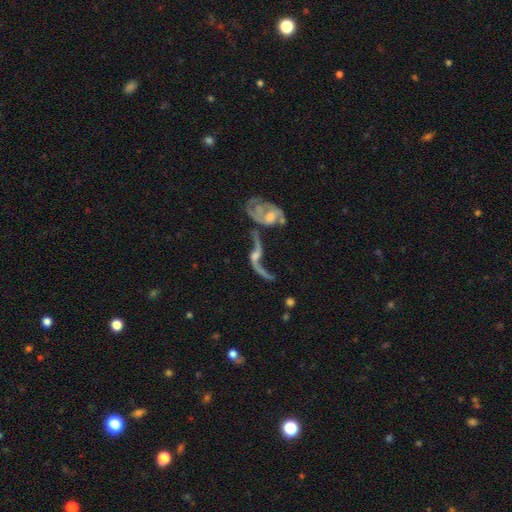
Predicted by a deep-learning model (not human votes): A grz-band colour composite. It shows a featured or disk galaxy (82%) with no bar (52%), 2 (86%) loose (89%) spiral arms (87%) and a small central bulge (39%). Merging: merger (46%).